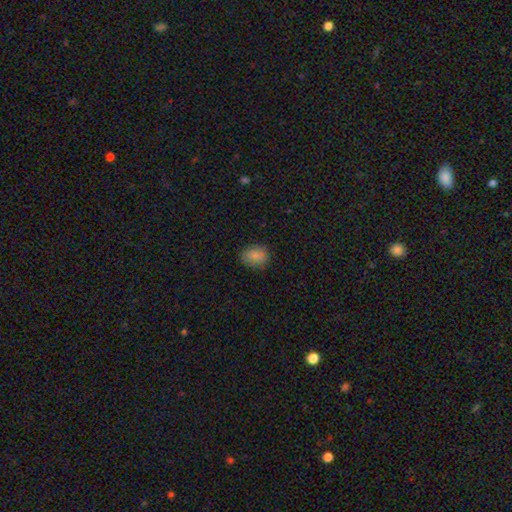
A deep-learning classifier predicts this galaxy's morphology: This appears to be a smooth galaxy with no disk features (84%) that is in between round and cigar-shaped (55%). Merging: none (82%).